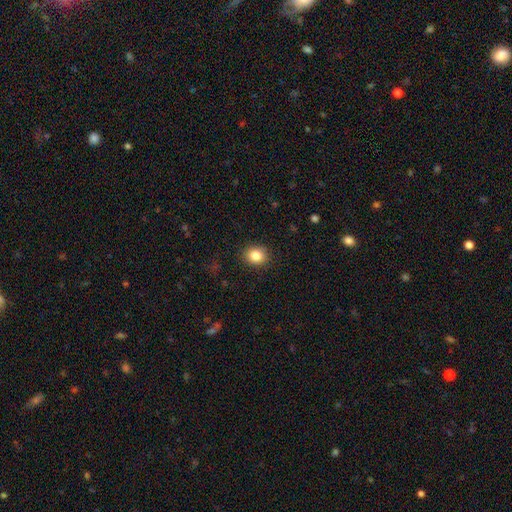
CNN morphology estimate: smooth 85%, star or artifact 10%, featured or disk 6%. Down the decision tree: how rounded — round (68%); merging — none (89%).